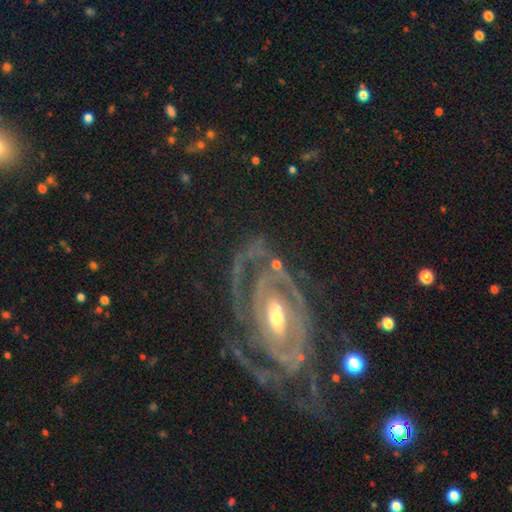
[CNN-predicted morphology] A featured or disk galaxy (86%) with a weak bar (38%), 2 (39%) tight (70%) spiral arms (93%) and a moderate central bulge (53%). Merging: none (66%).